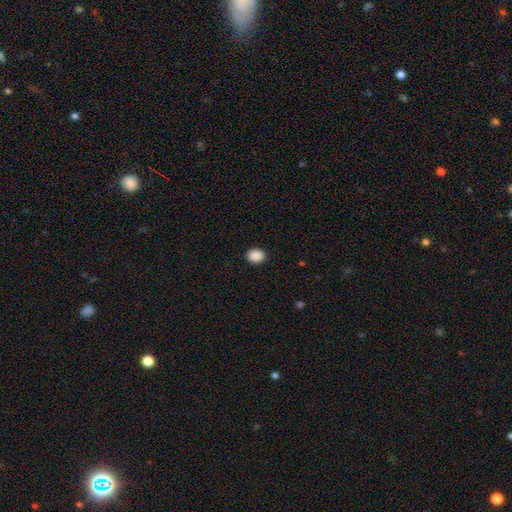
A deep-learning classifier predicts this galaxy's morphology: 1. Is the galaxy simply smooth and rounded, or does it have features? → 89% smooth, 9% star or artifact, 2% featured or disk.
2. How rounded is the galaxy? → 53% in between, 47% round, 1% cigar-shaped.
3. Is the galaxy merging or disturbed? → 91% none, 6% minor disturbance, 2% major disturbance, 1% merger.